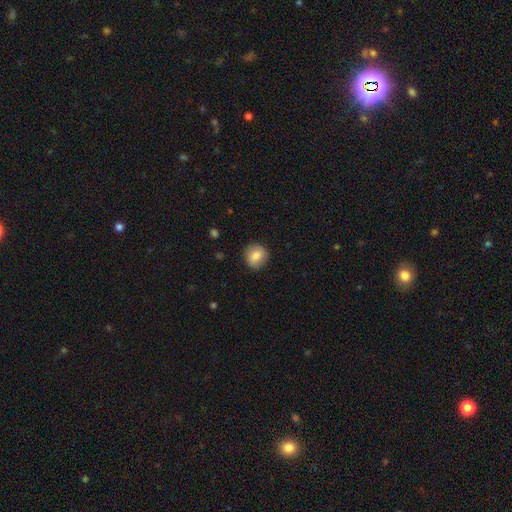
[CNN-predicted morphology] Overall: smooth (80%). How rounded: round (84%). Merging: none (87%).